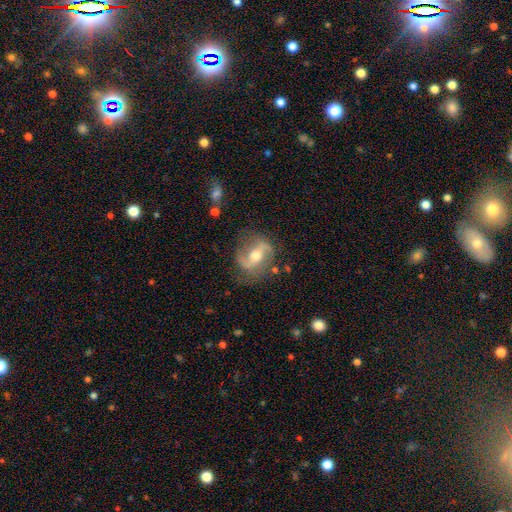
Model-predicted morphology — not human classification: Q: Smooth or featured?
A: featured or disk (82%); runner-up: smooth (11%)
Q: Edge-on disk?
A: no (96%); runner-up: yes (4%)
Q: Bar?
A: weak (39%); runner-up: strong (36%)
Q: Spiral arms?
A: yes (91%); runner-up: no (9%)
Q: Spiral winding?
A: loose (48%); runner-up: medium (39%)
Q: Spiral arm count?
A: 2 (89%); runner-up: can't tell (4%)
Q: Bulge size?
A: moderate (72%); runner-up: small (19%)
Q: Merging?
A: none (75%); runner-up: minor disturbance (16%)